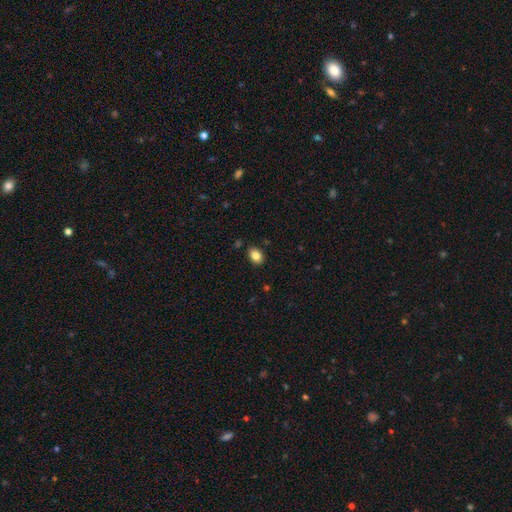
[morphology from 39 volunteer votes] A smooth galaxy with no disk features (95%) that is in between round and cigar-shaped (84%).

Vote fractions:
- Smooth or featured? smooth: 95% / star or artifact: 5% / featured or disk: 0%
- How rounded? in between: 84% / round: 16% / cigar-shaped: 0%
- Merging? none: 89% / minor disturbance: 5% / major disturbance: 5% / merger: 0%